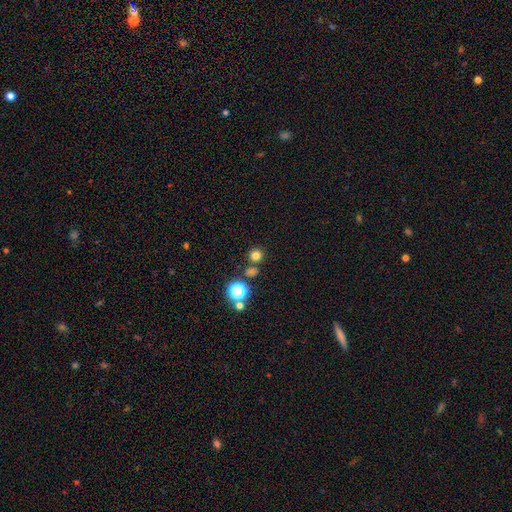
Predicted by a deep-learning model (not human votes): Q: Smooth or featured?
A: smooth (75%); runner-up: star or artifact (20%)
Q: How rounded?
A: round (92%); runner-up: in between (7%)
Q: Merging?
A: none (77%); runner-up: merger (13%)